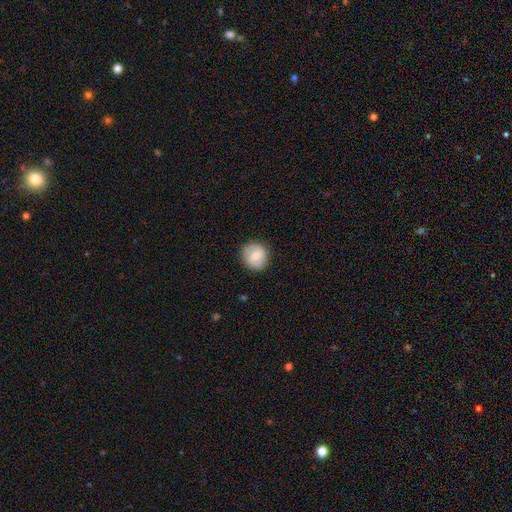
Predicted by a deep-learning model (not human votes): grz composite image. It shows a smooth galaxy with no disk features (64%) that is round (86%). Merging: none (85%).